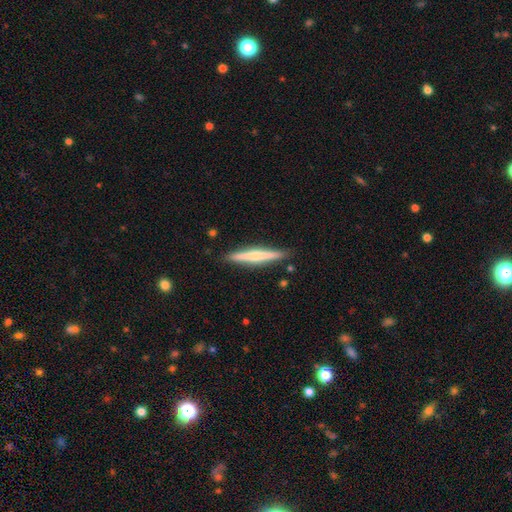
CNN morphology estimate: Smooth or featured? featured or disk (51%)
Edge-on disk? yes (97%)
Merging? none (89%)